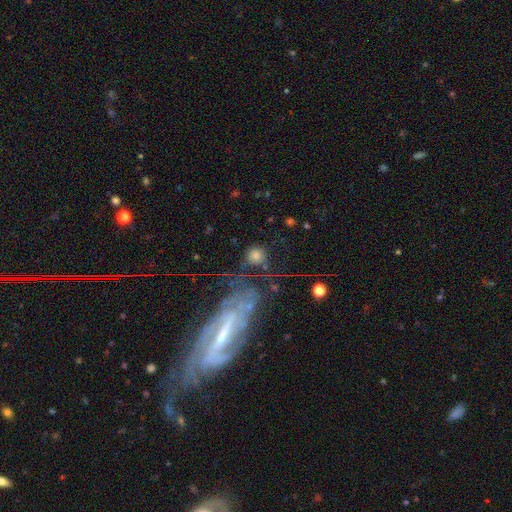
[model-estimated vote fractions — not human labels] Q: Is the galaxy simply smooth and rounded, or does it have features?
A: smooth — 68%.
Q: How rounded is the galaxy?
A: round — 89%.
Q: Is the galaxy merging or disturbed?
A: none — 67%.